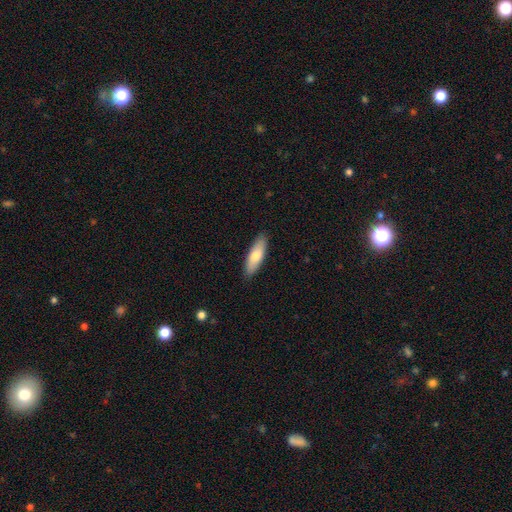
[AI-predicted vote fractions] smooth 76%, featured or disk 19%, star or artifact 5%. Down the decision tree: how rounded — in between (50%); merging — none (89%).